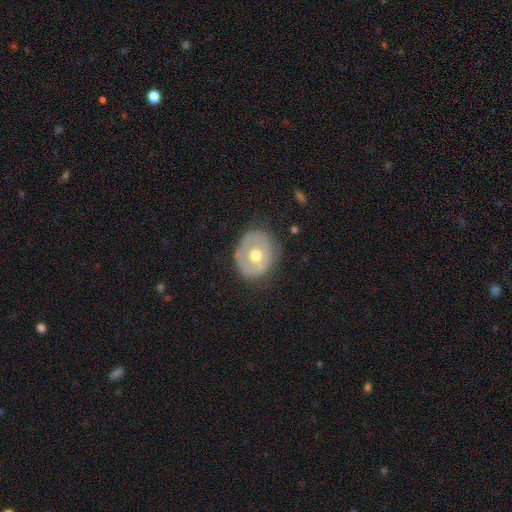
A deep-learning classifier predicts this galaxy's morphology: This is possibly a featured or disk galaxy (53%). It is clearly not viewed edge-on (95%). Bar: clearly no (84%). Spiral arm pattern: clearly no (81%). Central bulge: clearly moderate (81%). Merging: likely none (71%).